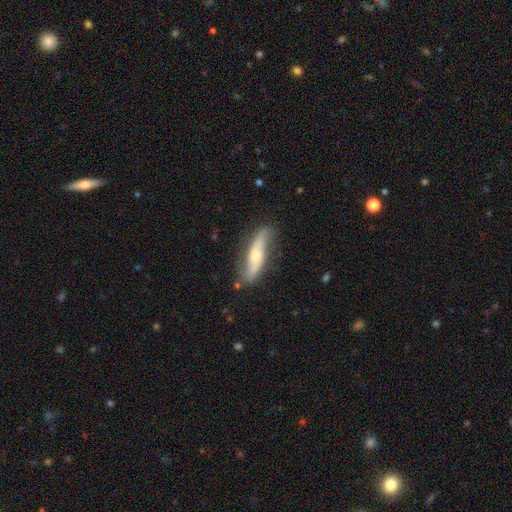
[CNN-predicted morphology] Smooth or featured? featured or disk (62%)
Edge-on disk? no (59%)
Merging? none (78%)